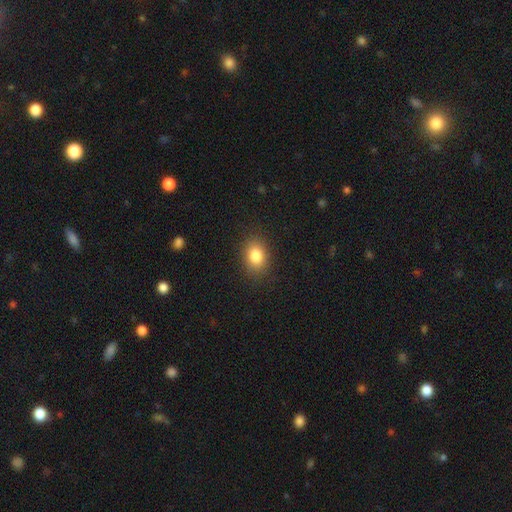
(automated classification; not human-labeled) Smooth or featured? smooth (84%)
How rounded? in between (70%)
Merging? none (86%)